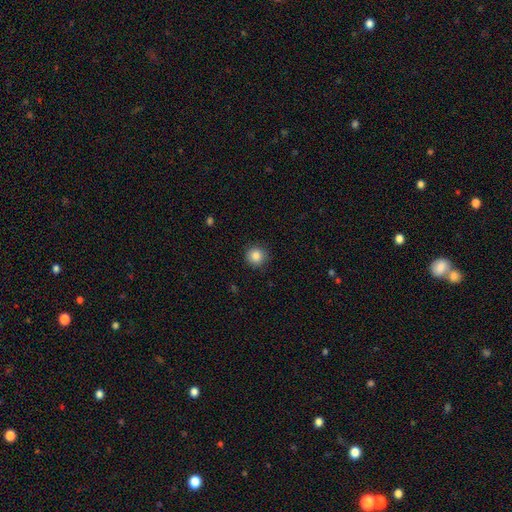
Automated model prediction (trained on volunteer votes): smooth 86%, star or artifact 10%, featured or disk 4%. Down the decision tree: how rounded — round (94%); merging — none (89%).